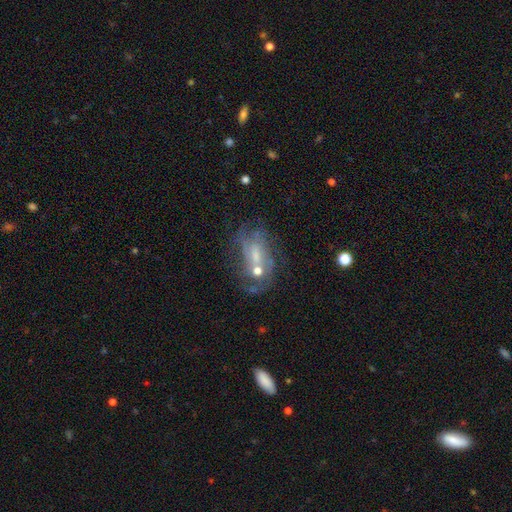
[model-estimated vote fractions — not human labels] Smooth or featured?
  - featured or disk: 61% *
  - smooth: 27%
  - star or artifact: 13%
Edge-on disk?
  - no: 93% *
  - yes: 7%
Bar?
  - no: 55% *
  - weak: 35%
  - strong: 10%
Spiral arms?
  - yes: 54% *
  - no: 46%
Bulge size?
  - small: 41% *
  - moderate: 38%
  - none: 15%
  - large: 5%
  - dominant: 2%
Merging?
  - none: 39% *
  - merger: 22%
  - major disturbance: 21%
  - minor disturbance: 19%